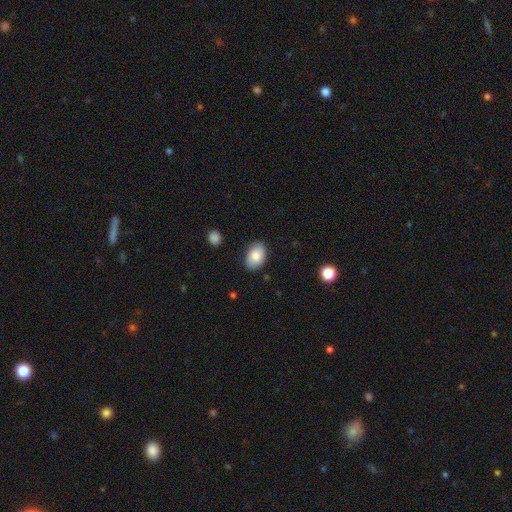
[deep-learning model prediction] A smooth galaxy with no disk features (83%) that is in between round and cigar-shaped (88%). Merging: none (83%).